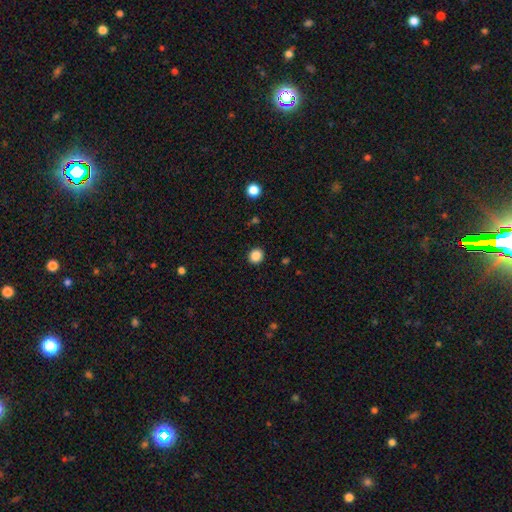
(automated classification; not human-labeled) Smooth or featured? smooth (87%)
How rounded? round (89%)
Merging? none (92%)